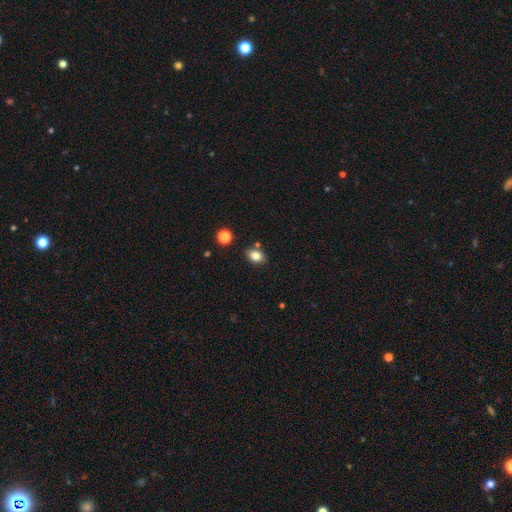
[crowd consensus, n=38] Q: Smooth or featured?
A: smooth (92%); runner-up: featured or disk (8%)
Q: How rounded?
A: in between (80%); runner-up: round (20%)
Q: Merging?
A: none (92%); runner-up: minor disturbance (8%)